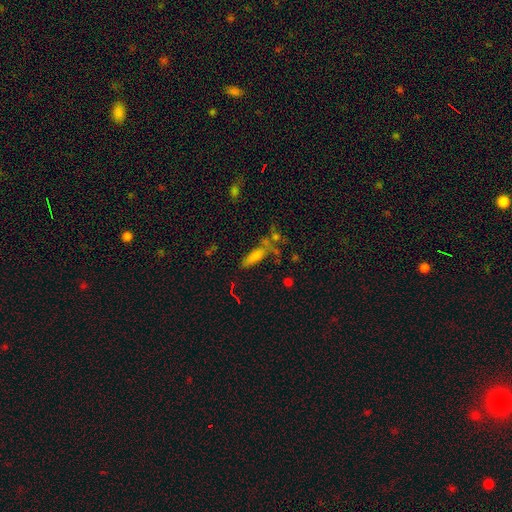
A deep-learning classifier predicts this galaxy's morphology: The model was most divided on "how rounded": cigar-shaped: 49%, in between: 47%, round: 4%. More confident: smooth or featured — smooth (62%); merging — none (52%).